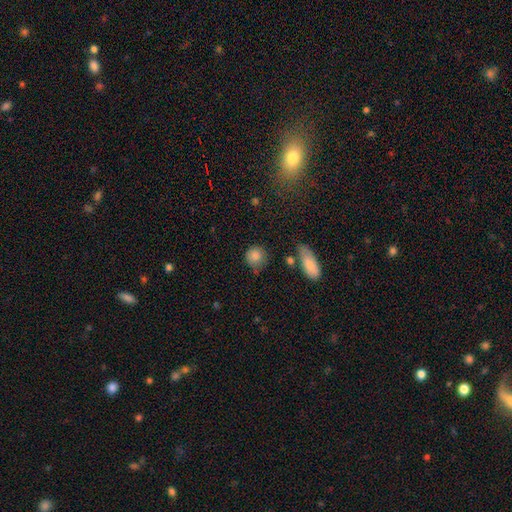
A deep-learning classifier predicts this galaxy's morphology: This is clearly a smooth galaxy (85%). How rounded: clearly round (82%). Merging: likely none (63%).